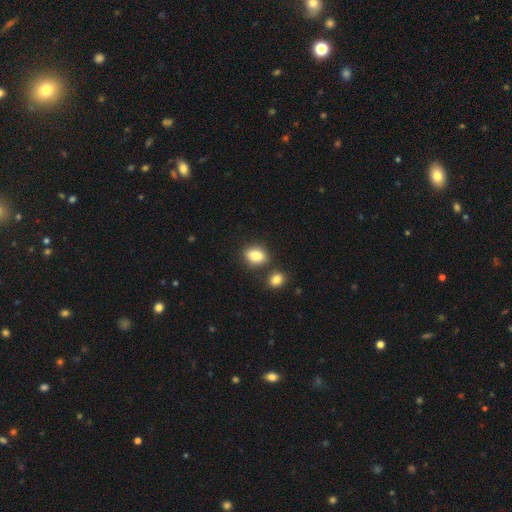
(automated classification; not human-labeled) Smooth or featured?
  - smooth: 86% *
  - star or artifact: 8%
  - featured or disk: 6%
How rounded?
  - in between: 72% *
  - round: 27%
  - cigar-shaped: 1%
Merging?
  - none: 70% *
  - merger: 15%
  - minor disturbance: 12%
  - major disturbance: 3%